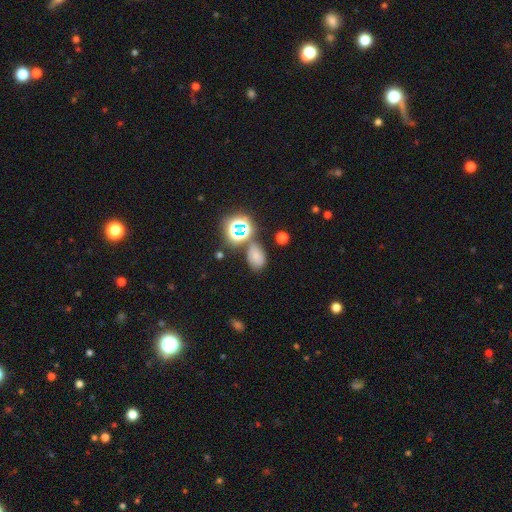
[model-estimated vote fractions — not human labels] Overall: smooth (62%; star or artifact 28%). How rounded: in between (80%). Merging: none (67%).